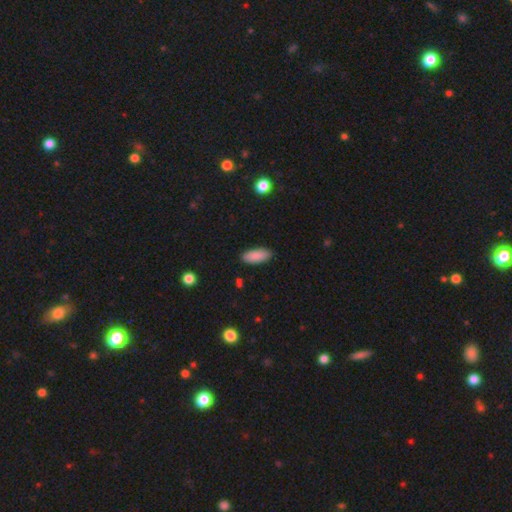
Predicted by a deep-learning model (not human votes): A smooth galaxy with no disk features (89%) that is in between round and cigar-shaped (81%).

Vote fractions:
- Smooth or featured? smooth: 89% / star or artifact: 7% / featured or disk: 5%
- How rounded? in between: 81% / cigar-shaped: 17% / round: 2%
- Merging? none: 87% / minor disturbance: 10% / major disturbance: 2% / merger: 1%